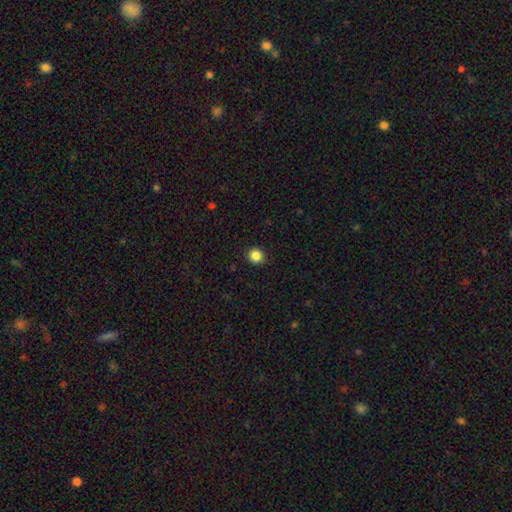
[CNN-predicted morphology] The model was most divided on "smooth or featured": smooth: 86%, star or artifact: 11%, featured or disk: 3%. More confident: merging — none (92%); how rounded — round (91%).